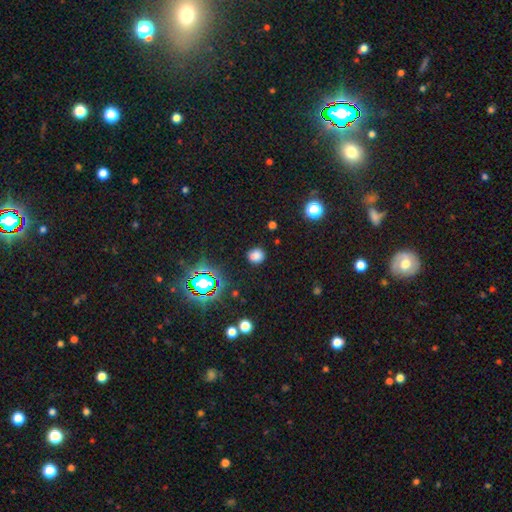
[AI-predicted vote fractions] smooth-or-featured: smooth: 74% | star or artifact: 21% | featured or disk: 5%
  how-rounded: round: 79% | in between: 19% | cigar-shaped: 1%
  merging: none: 86% | minor disturbance: 9% | major disturbance: 3% | merger: 2%